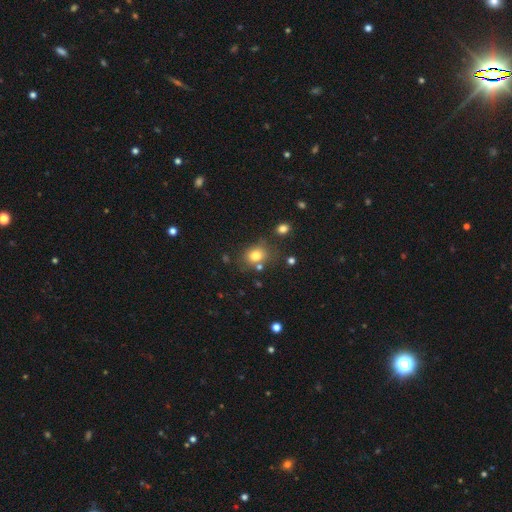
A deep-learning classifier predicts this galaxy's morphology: A smooth galaxy with no disk features (78%) that is round (59%).

Vote fractions:
- Smooth or featured? smooth: 78% / star or artifact: 13% / featured or disk: 9%
- How rounded? round: 59% / in between: 40% / cigar-shaped: 1%
- Merging? none: 71% / minor disturbance: 14% / merger: 10% / major disturbance: 5%